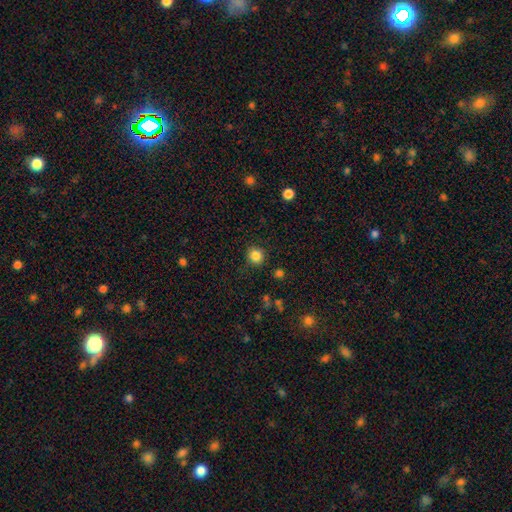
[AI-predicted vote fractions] Overall: smooth (84%). How rounded: round (90%). Merging: none (88%).